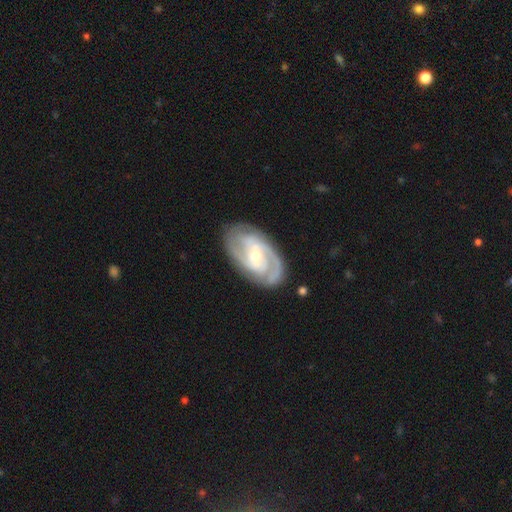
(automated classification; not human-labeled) The model was most divided on "spiral winding": tight: 50%, medium: 42%, loose: 9%. Remaining: spiral arms — yes (97%); edge-on disk — no (96%); smooth or featured — featured or disk (88%); merging — none (81%); spiral arm count — 2 (61%); bulge size — small (57%); bar — weak (45%).